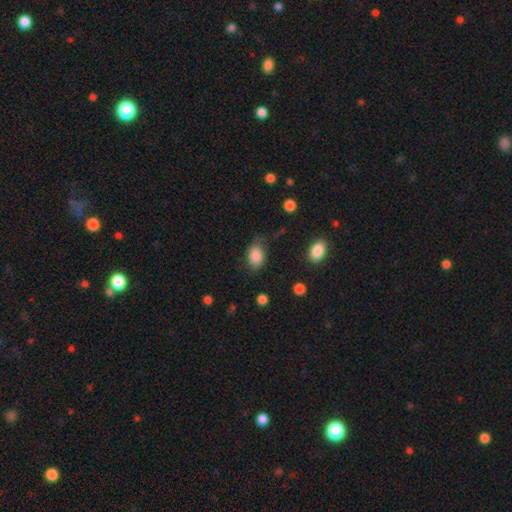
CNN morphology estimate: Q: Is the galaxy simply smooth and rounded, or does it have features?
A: smooth — 86%.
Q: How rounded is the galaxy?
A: in between — 82%.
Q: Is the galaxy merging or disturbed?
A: none — 67%.